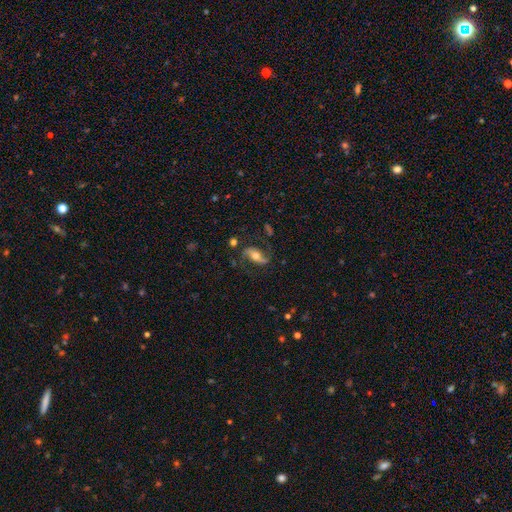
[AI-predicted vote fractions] Smooth or featured?
  - featured or disk: 72% *
  - smooth: 20%
  - star or artifact: 8%
Edge-on disk?
  - no: 88% *
  - yes: 12%
Bar?
  - no: 40% *
  - strong: 34%
  - weak: 26%
Spiral arms?
  - yes: 91% *
  - no: 9%
Spiral winding?
  - loose: 62% *
  - medium: 28%
  - tight: 10%
Spiral arm count?
  - 2: 90% *
  - 1: 4%
  - can't tell: 3%
  - 3: 1%
  - 4: 1%
  - more than 4: 1%
Bulge size?
  - moderate: 63% *
  - small: 21%
  - large: 11%
  - dominant: 2%
  - none: 2%
Merging?
  - none: 71% *
  - minor disturbance: 16%
  - major disturbance: 10%
  - merger: 2%